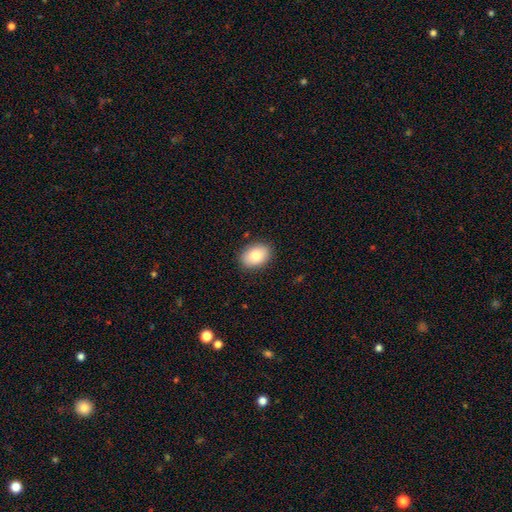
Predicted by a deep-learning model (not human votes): Smooth or featured? Predicted: smooth (p=0.84). How rounded? Predicted: in between (p=0.79). Merging? Predicted: none (p=0.88).